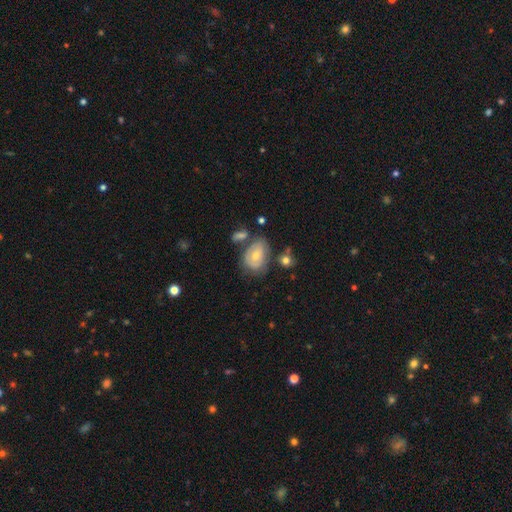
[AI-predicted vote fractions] This is possibly a smooth galaxy (55%). How rounded: likely in between (76%). Merging: possibly none (49%).